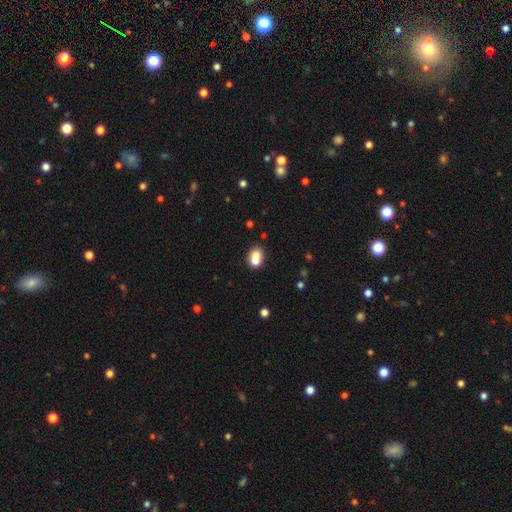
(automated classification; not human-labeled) Smooth or featured?
  - smooth: 71% *
  - featured or disk: 19%
  - star or artifact: 10%
How rounded?
  - in between: 54% *
  - round: 45%
  - cigar-shaped: 1%
Merging?
  - merger: 52% *
  - none: 35%
  - minor disturbance: 10%
  - major disturbance: 4%